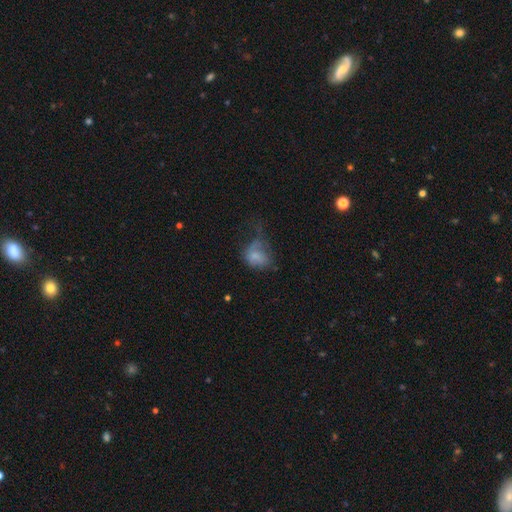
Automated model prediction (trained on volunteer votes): smooth_or_featured: smooth (p=0.65) [alt: featured or disk p=0.23]
how_rounded: in between (p=0.64) [alt: round p=0.35]
merging: major disturbance (p=0.50) [alt: minor disturbance p=0.24]